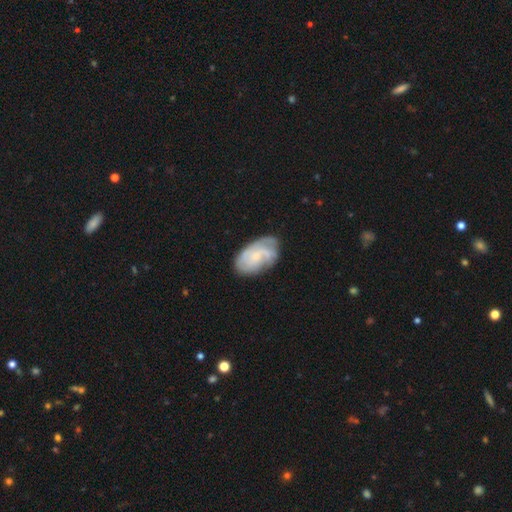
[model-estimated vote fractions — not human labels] This appears to be a featured or disk galaxy (60%) with no bar (66%), spiral arms (83%) and a small central bulge (53%). Merging: none (62%).